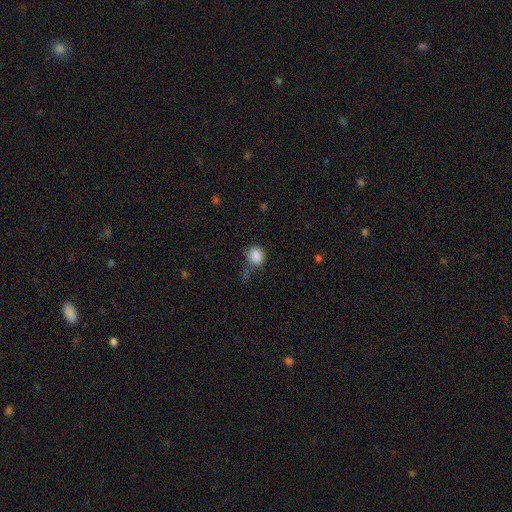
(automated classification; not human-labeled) A smooth galaxy with no disk features (86%) that is round (65%). Merging: none (50%).